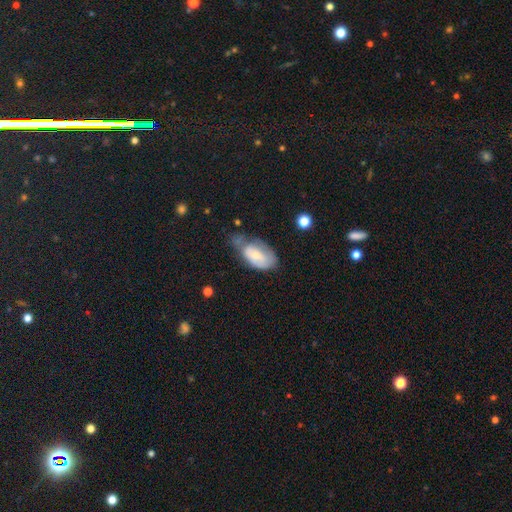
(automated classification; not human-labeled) Overall: smooth (55%; featured or disk 38%). How rounded: in between (92%). Merging: minor disturbance (37%; none 28%).